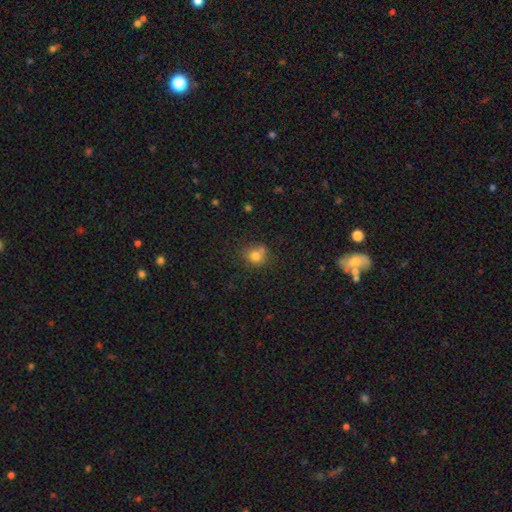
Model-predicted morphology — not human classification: A smooth galaxy with no disk features (78%) that is round (77%). Merging: none (57%).